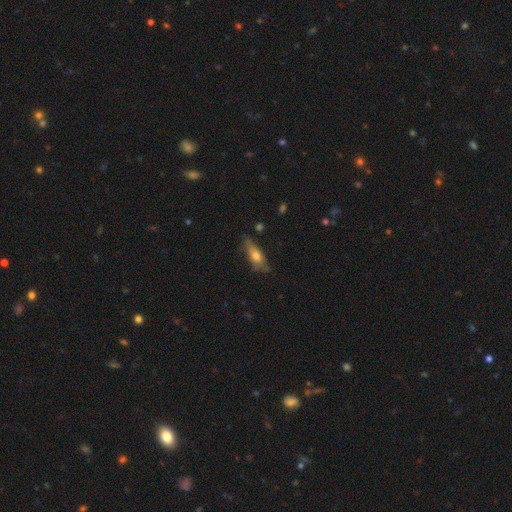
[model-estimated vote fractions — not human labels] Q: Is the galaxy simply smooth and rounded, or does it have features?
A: smooth — 57%.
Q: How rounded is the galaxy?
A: in between — 57%.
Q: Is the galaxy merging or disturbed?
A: none — 62%.